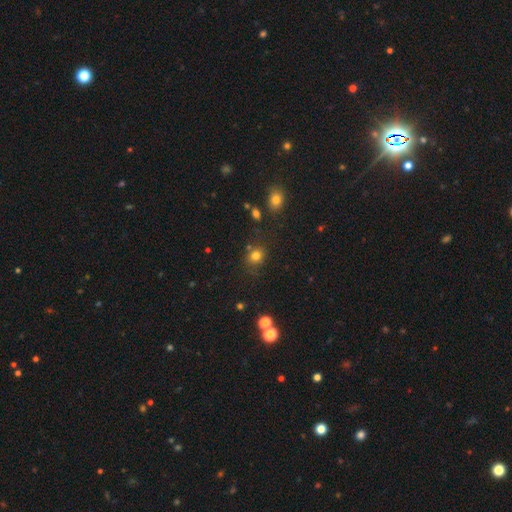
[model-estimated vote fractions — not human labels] This is likely a smooth galaxy (77%). How rounded: likely round (71%). Merging: likely none (74%).